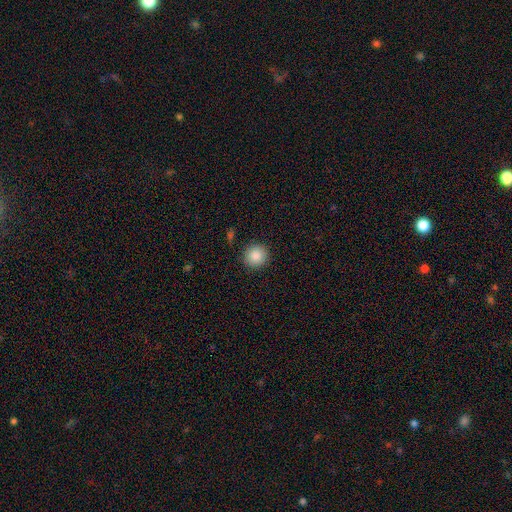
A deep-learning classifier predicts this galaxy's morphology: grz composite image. It shows a smooth galaxy with no disk features (87%) that is round (93%). Merging: none (90%).